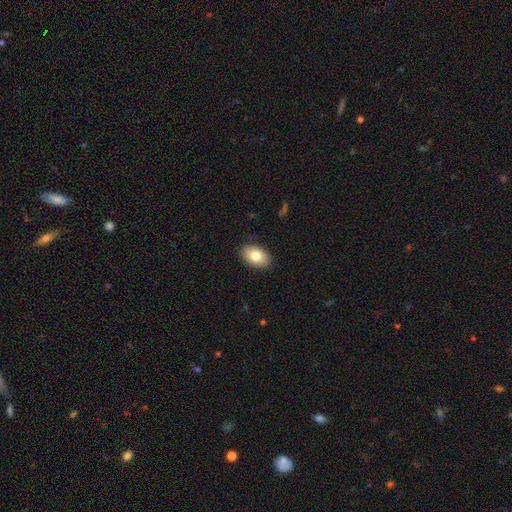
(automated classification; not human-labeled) The model was most divided on "smooth or featured": smooth: 79%, featured or disk: 14%, star or artifact: 7%. More confident: how rounded — in between (88%); merging — none (88%).